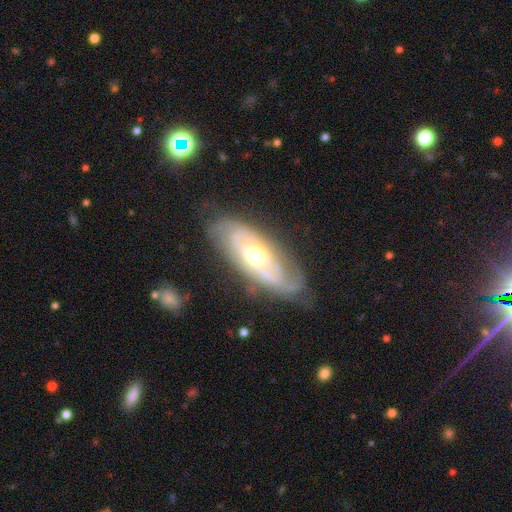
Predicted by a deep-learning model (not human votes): The model was most divided on "spiral arm count": 2: 42%, can't tell: 40%, 3: 7%, 1: 5%, 4: 3%, more than 4: 2%. More confident: edge-on disk — no (87%); smooth or featured — featured or disk (79%); spiral arms — yes (77%); bulge size — moderate (74%); merging — none (73%); bar — no (70%); spiral winding — tight (58%).